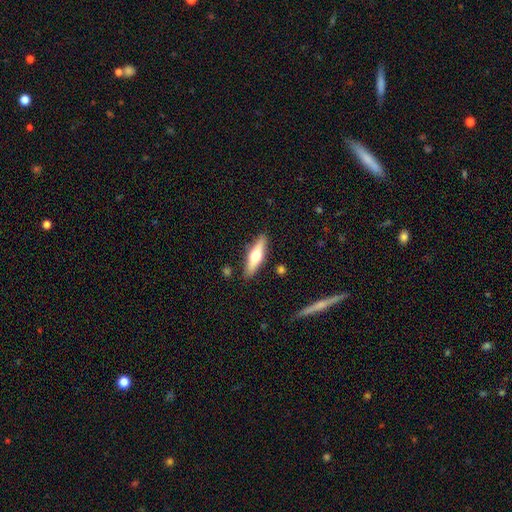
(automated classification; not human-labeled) smooth_or_featured: featured or disk (p=0.49) [alt: smooth p=0.45]
merging: none (p=0.87) [alt: minor disturbance p=0.09]